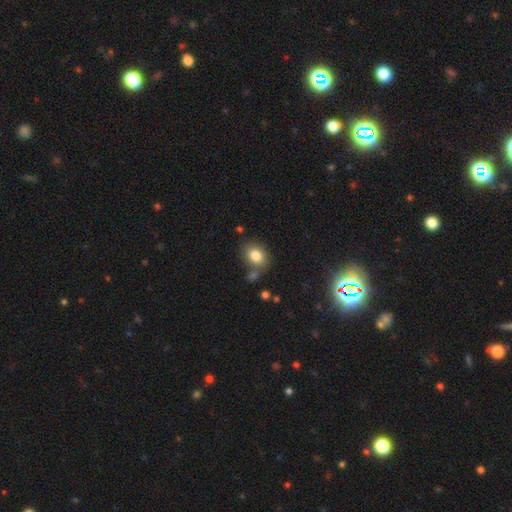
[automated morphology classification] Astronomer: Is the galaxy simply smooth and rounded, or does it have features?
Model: smooth — 82%.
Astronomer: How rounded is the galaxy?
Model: in between — 60% (runner-up: round, 39%).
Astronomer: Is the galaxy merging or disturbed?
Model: none — 70%.